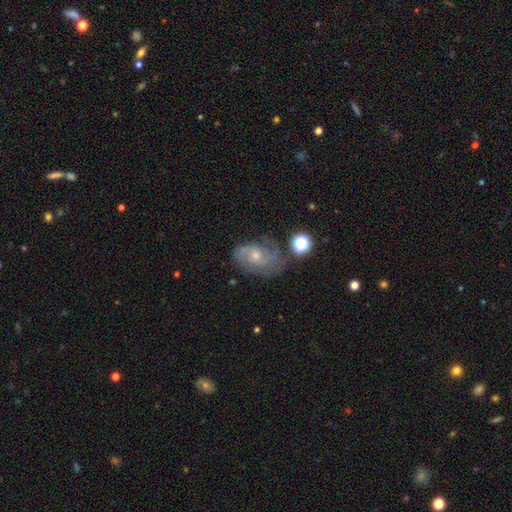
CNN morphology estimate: featured or disk 76%, smooth 15%, star or artifact 9%. Down the decision tree: edge-on disk — no (97%); bar — no (66%); spiral arms — yes (93%); spiral arm count — 2 (54%); spiral winding — medium (47%); bulge size — small (58%); merging — none (58%).